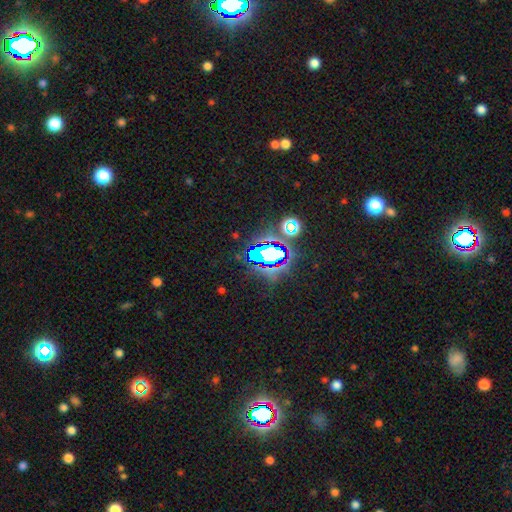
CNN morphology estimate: Smooth or featured? Predicted: star or artifact (p=0.77).